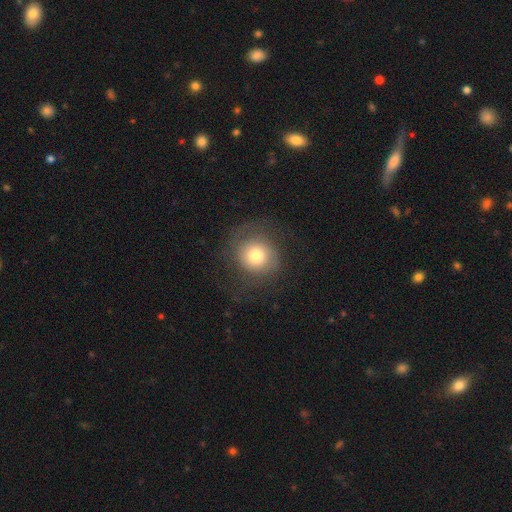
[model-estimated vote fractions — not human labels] smooth-or-featured: smooth: 66% | featured or disk: 24% | star or artifact: 10%
  how-rounded: round: 88% | in between: 11% | cigar-shaped: 1%
  merging: none: 70% | minor disturbance: 15% | major disturbance: 14% | merger: 1%